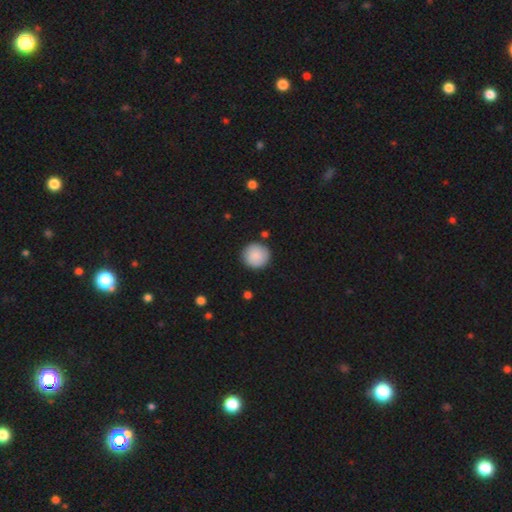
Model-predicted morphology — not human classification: type=smooth (87%); roundness=round (95%); merging=none (90%).